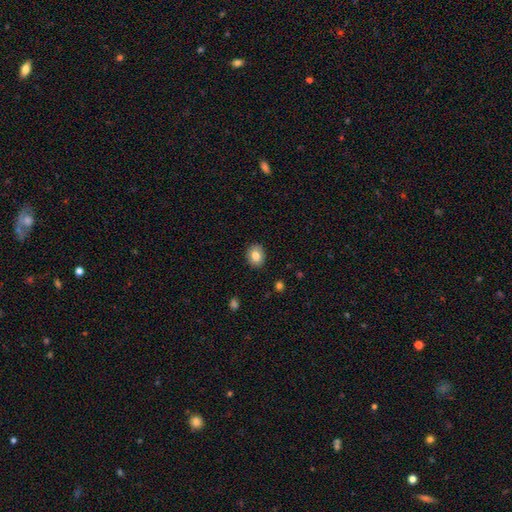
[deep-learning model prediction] Smooth or featured? smooth (81%)
How rounded? round (57%)
Merging? none (89%)